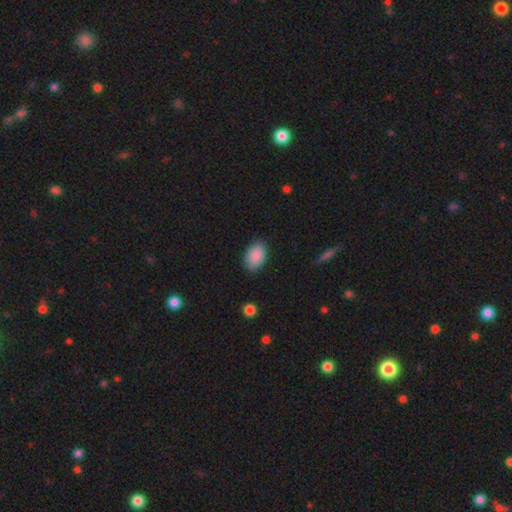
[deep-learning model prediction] The model was most divided on "merging": none: 86%, minor disturbance: 11%, major disturbance: 2%, merger: 1%. More confident: how rounded — in between (91%); smooth or featured — smooth (89%).